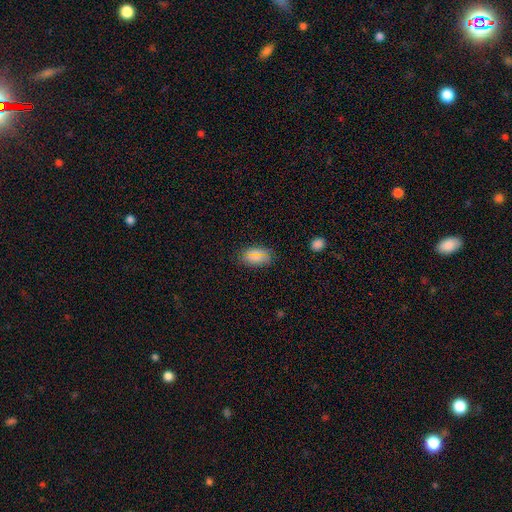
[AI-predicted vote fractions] Smooth or featured? Predicted: smooth (p=0.77). How rounded? Predicted: in between (p=0.91). Merging? Predicted: none (p=0.84).